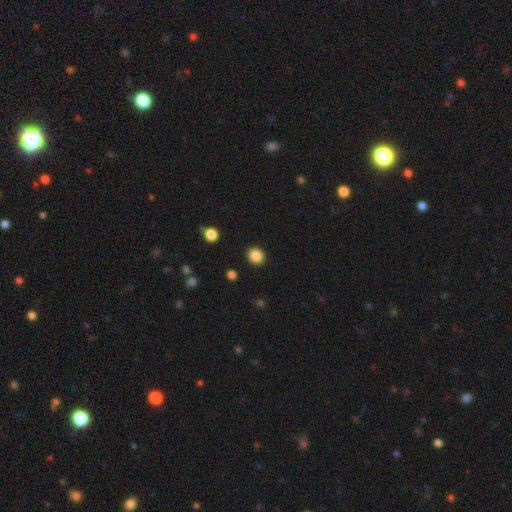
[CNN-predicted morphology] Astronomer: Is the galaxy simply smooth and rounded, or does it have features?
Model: smooth — 87%.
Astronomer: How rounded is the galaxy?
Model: round — 82%.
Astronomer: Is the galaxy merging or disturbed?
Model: none — 91%.